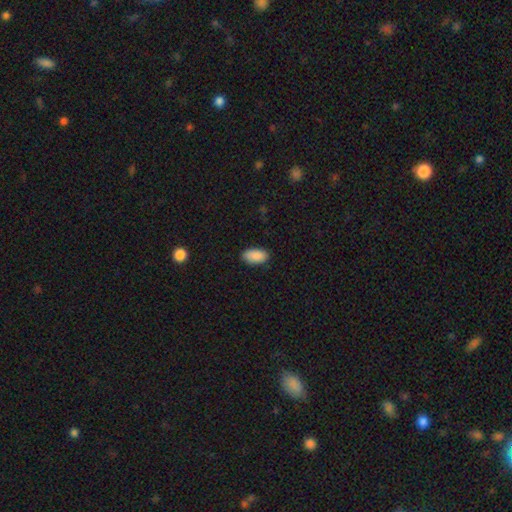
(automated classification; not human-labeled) Q: Smooth or featured?
A: smooth (90%); runner-up: star or artifact (7%)
Q: How rounded?
A: in between (94%); runner-up: cigar-shaped (3%)
Q: Merging?
A: none (88%); runner-up: minor disturbance (9%)